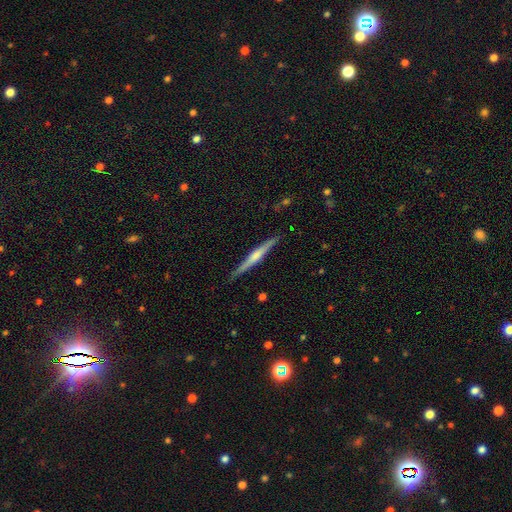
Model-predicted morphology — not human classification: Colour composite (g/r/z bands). It shows a featured or disk galaxy (74%) viewed edge-on (98%) with a rounded central bulge (69%). Merging: none (90%).